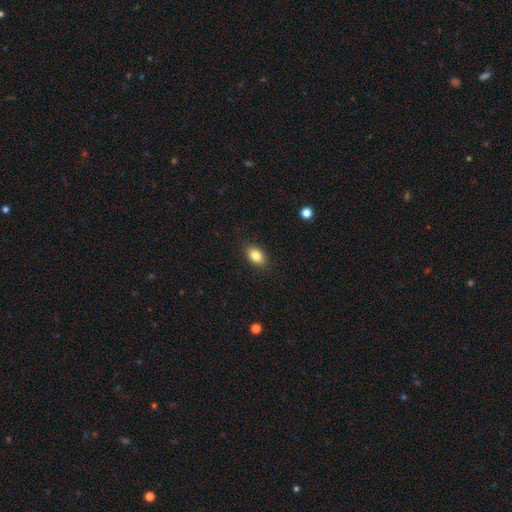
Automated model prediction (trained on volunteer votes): smooth_or_featured: smooth (p=0.84) [alt: star or artifact p=0.08]
how_rounded: in between (p=0.87) [alt: round p=0.11]
merging: none (p=0.88) [alt: minor disturbance p=0.09]